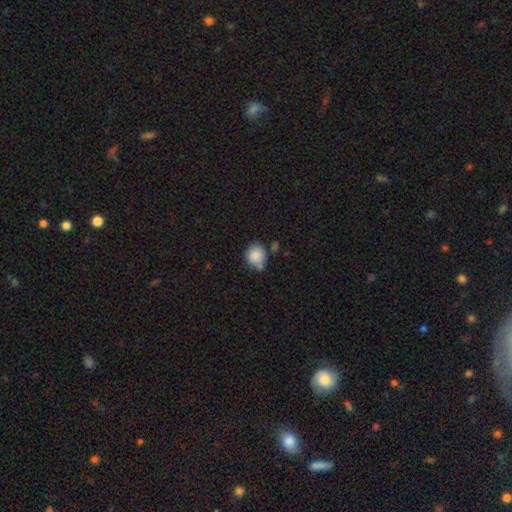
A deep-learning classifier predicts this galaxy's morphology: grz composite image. It shows a smooth galaxy with no disk features (86%) that is round (81%). Merging: none (58%).